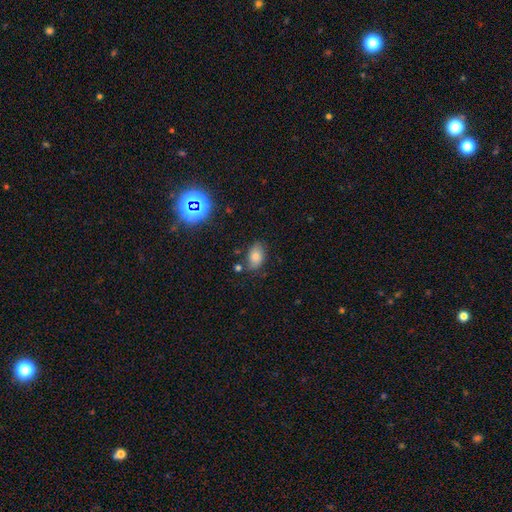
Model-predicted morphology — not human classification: The model was most divided on "merging": none: 71%, minor disturbance: 20%, merger: 5%, major disturbance: 5%. More confident: how rounded — in between (86%); smooth or featured — smooth (73%).